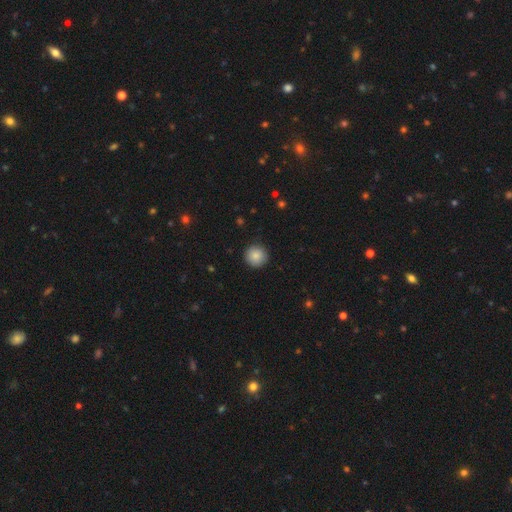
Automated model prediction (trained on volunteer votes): A smooth galaxy with no disk features (86%) that is round (96%).

Vote fractions:
- Smooth or featured? smooth: 86% / star or artifact: 8% / featured or disk: 5%
- How rounded? round: 96% / in between: 3% / cigar-shaped: 1%
- Merging? none: 91% / minor disturbance: 6% / major disturbance: 2% / merger: 1%